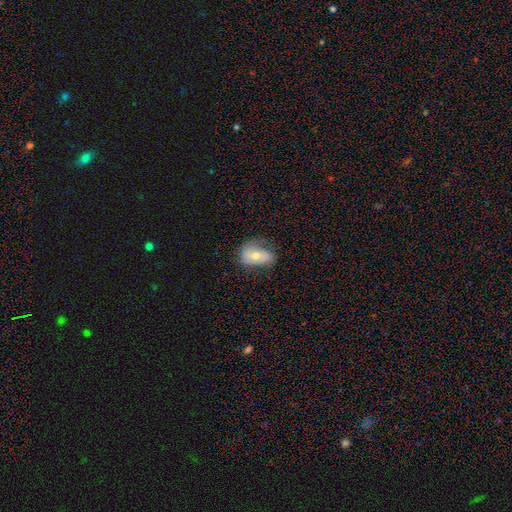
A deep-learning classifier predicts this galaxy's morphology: Smooth or featured? smooth (57%)
How rounded? in between (84%)
Merging? none (51%)